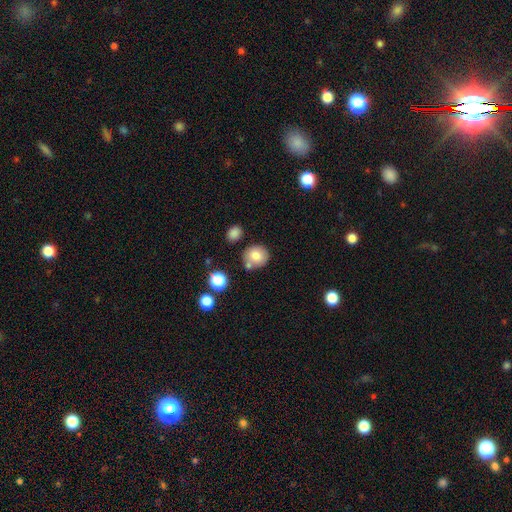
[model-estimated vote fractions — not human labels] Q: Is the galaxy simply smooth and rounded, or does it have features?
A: smooth — 80%.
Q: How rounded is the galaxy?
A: round — 81%.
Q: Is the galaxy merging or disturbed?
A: none — 68%.